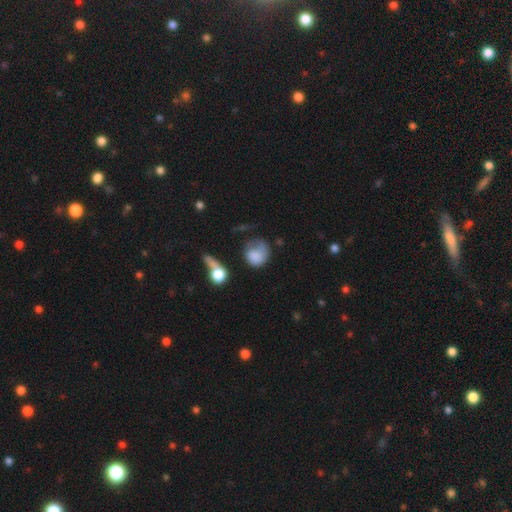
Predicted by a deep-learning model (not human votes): smooth 72%, featured or disk 19%, star or artifact 9%. Down the decision tree: how rounded — round (70%); merging — major disturbance (37%).